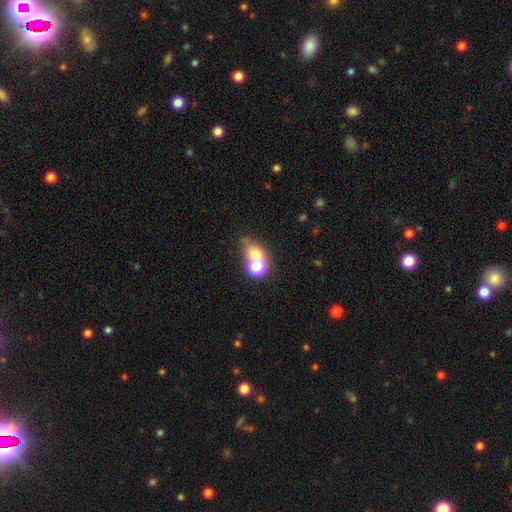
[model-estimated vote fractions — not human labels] Smooth or featured? Predicted: smooth (p=0.67). How rounded? Predicted: round (p=0.53). Merging? Predicted: merger (p=0.62).